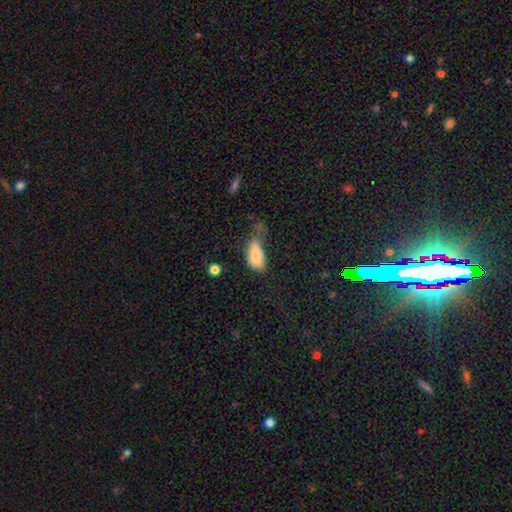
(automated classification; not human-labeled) This is likely a smooth galaxy (79%). How rounded: clearly in between (89%). Merging: marginally major disturbance (37%).